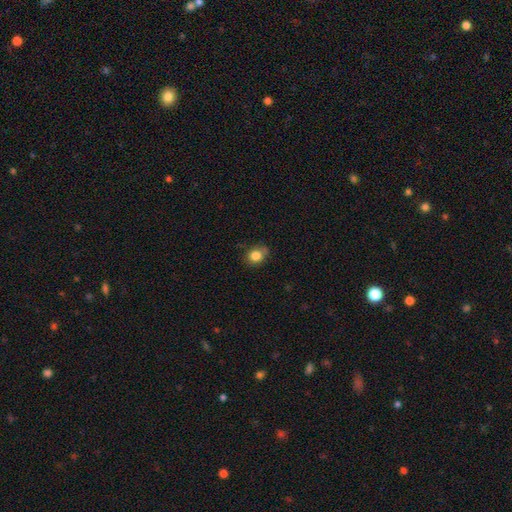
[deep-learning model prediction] Smooth or featured? Predicted: smooth (p=0.83). How rounded? Predicted: round (p=0.66). Merging? Predicted: none (p=0.69).